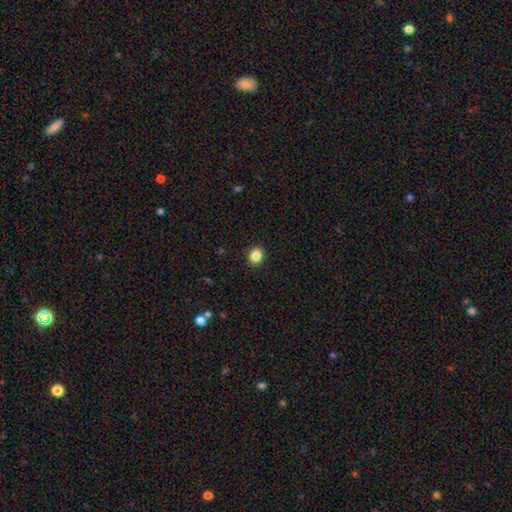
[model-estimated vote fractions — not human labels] This is clearly a smooth galaxy (86%). How rounded: likely round (62%). Merging: clearly none (91%).